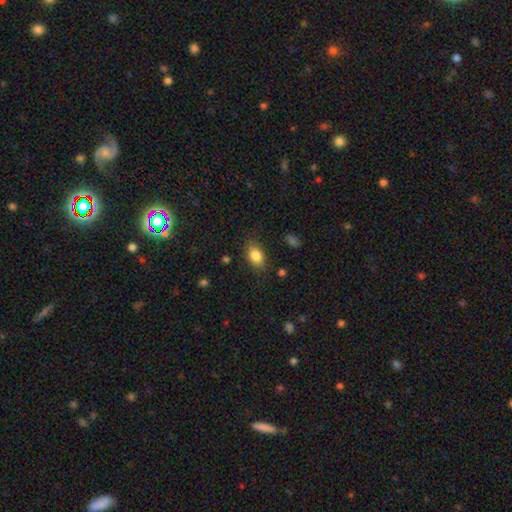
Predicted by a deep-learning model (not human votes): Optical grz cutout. It shows a smooth galaxy with no disk features (84%) that is in between round and cigar-shaped (81%). Merging: none (80%).